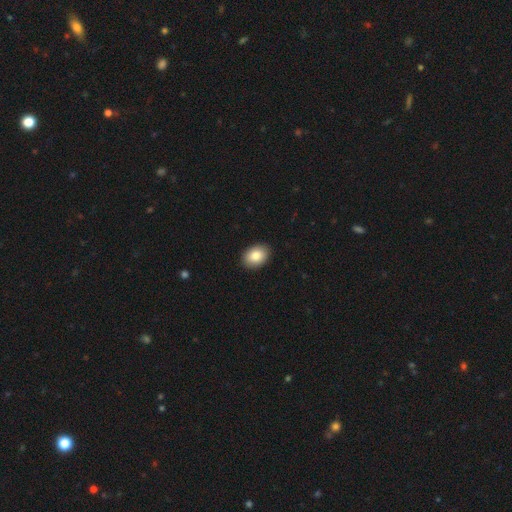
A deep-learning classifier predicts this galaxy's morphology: smooth_or_featured: smooth (p=0.85) [alt: featured or disk p=0.07]
how_rounded: in between (p=0.79) [alt: round p=0.20]
merging: none (p=0.91) [alt: minor disturbance p=0.07]